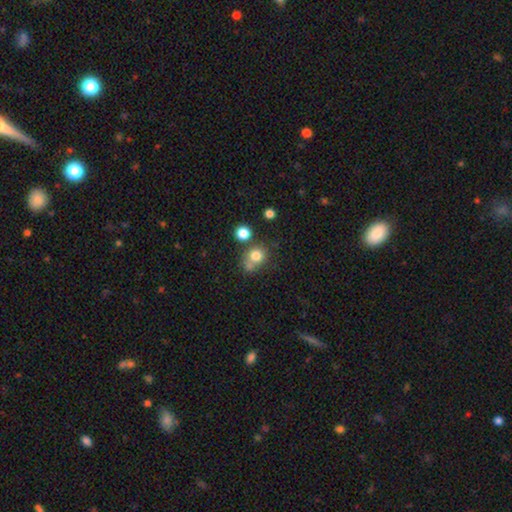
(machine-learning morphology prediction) This appears to be a smooth galaxy with no disk features (77%) that is round (79%). Merging: none (52%).